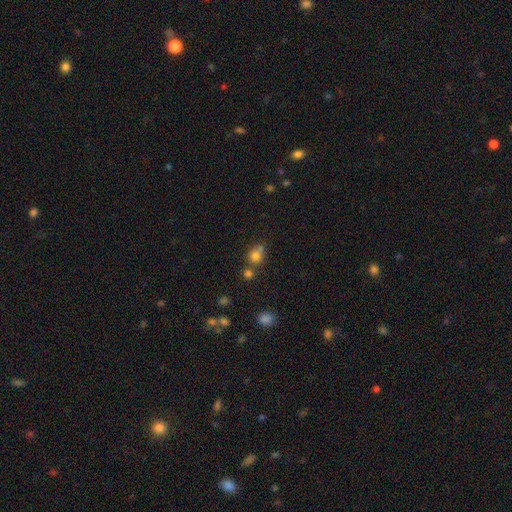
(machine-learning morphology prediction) A smooth galaxy with no disk features (77%) that is round (76%). Merging: none (47%).